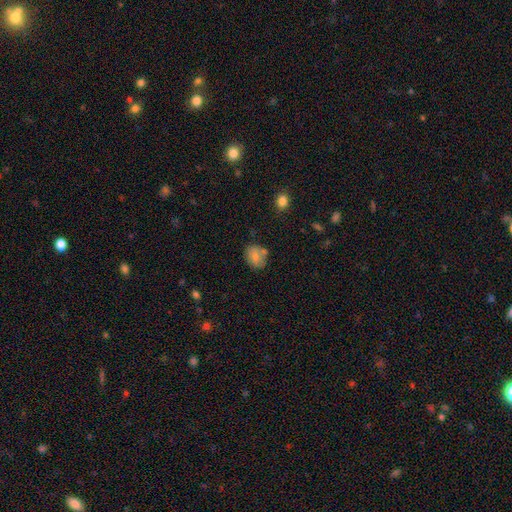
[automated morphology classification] Smooth or featured? smooth (78%)
How rounded? round (50%)
Merging? none (66%)